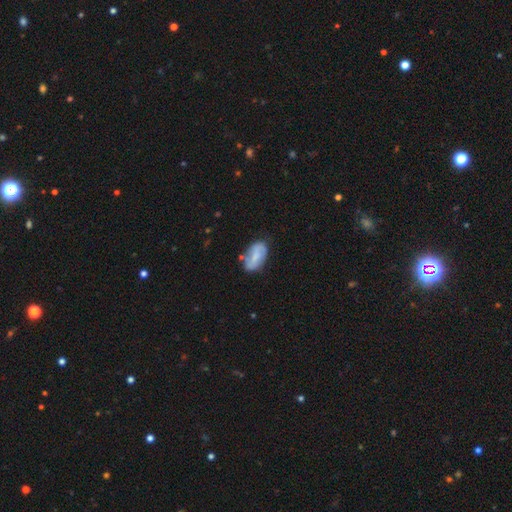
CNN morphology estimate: This is possibly a smooth galaxy (46%, tied with featured or disk). Merging: likely none (62%).